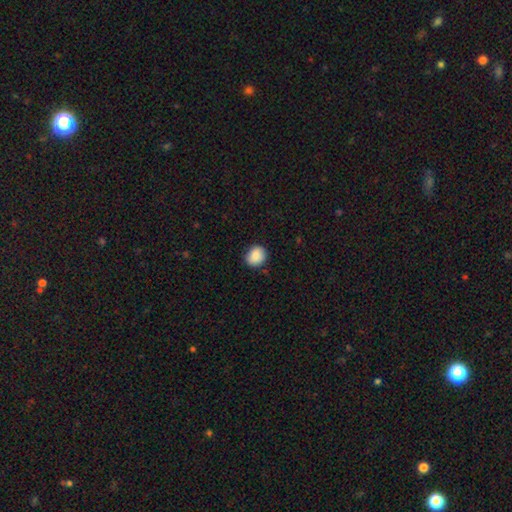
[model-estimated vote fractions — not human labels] A smooth galaxy with no disk features (86%) that is round (72%).

Vote fractions:
- Smooth or featured? smooth: 86% / star or artifact: 8% / featured or disk: 6%
- How rounded? round: 72% / in between: 27% / cigar-shaped: 1%
- Merging? none: 84% / minor disturbance: 12% / major disturbance: 2% / merger: 1%